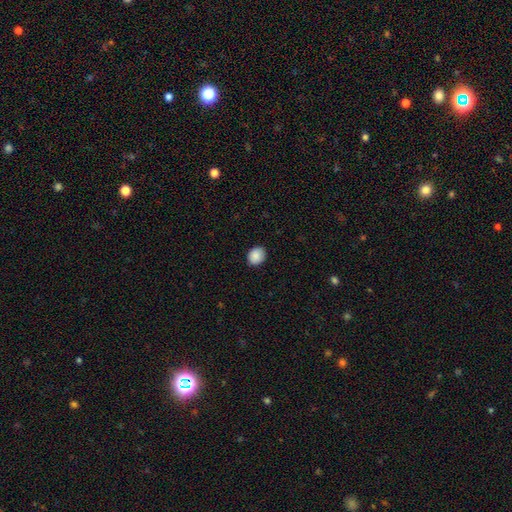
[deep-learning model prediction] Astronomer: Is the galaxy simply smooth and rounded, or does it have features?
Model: smooth — 89%.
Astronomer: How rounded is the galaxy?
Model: round — 58% (runner-up: in between, 41%).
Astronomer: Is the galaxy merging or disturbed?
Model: none — 90%.